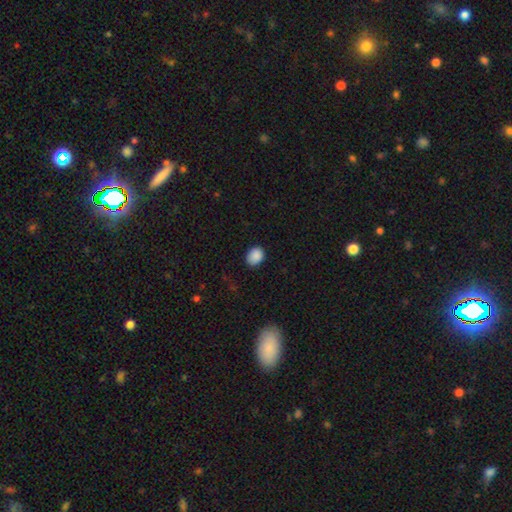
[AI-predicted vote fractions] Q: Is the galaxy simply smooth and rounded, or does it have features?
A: smooth — 89%.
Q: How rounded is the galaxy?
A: in between — 59%.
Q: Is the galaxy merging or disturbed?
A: none — 85%.